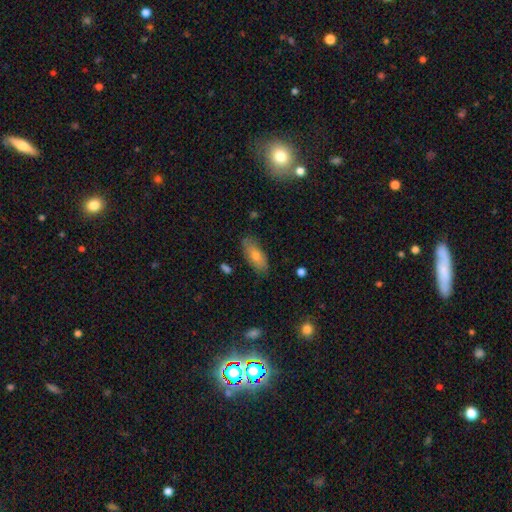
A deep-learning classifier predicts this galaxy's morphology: This appears to be a smooth galaxy with no disk features (67%) that is in between round and cigar-shaped (80%). Merging: none (82%).